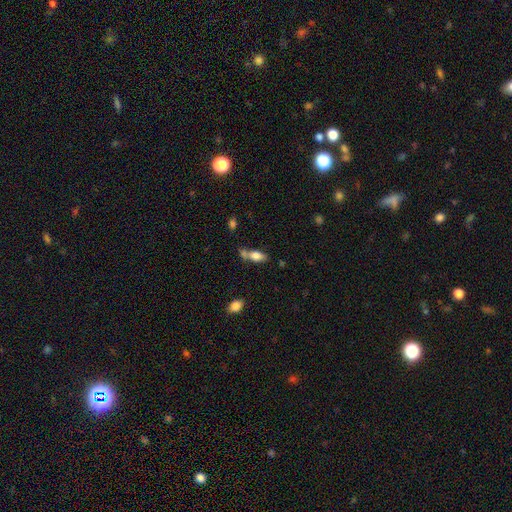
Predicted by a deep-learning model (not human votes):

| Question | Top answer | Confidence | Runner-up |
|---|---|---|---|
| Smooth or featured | smooth | 77% | featured or disk (15%) |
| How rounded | in between | 84% | cigar-shaped (12%) |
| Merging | none | 45% | merger (31%) |